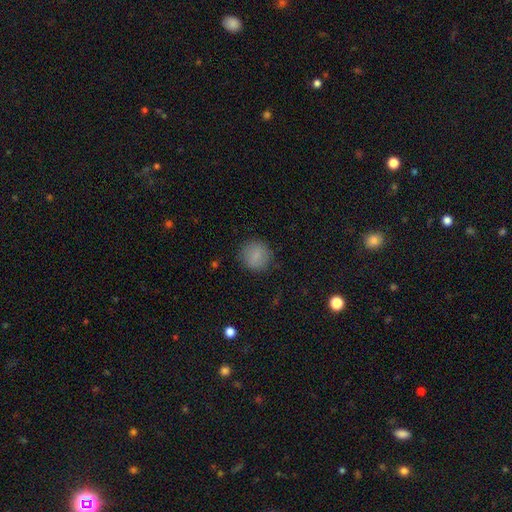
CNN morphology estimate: Q: Smooth or featured?
A: smooth (84%); runner-up: star or artifact (9%)
Q: How rounded?
A: round (91%); runner-up: in between (8%)
Q: Merging?
A: none (86%); runner-up: minor disturbance (10%)